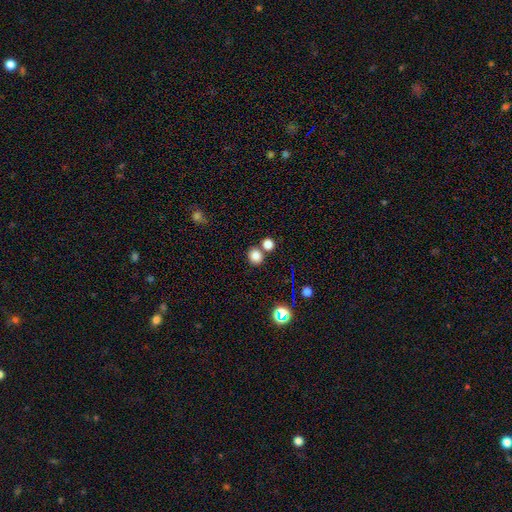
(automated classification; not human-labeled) A smooth galaxy with no disk features (82%) that is round (83%). Merging: none (67%).